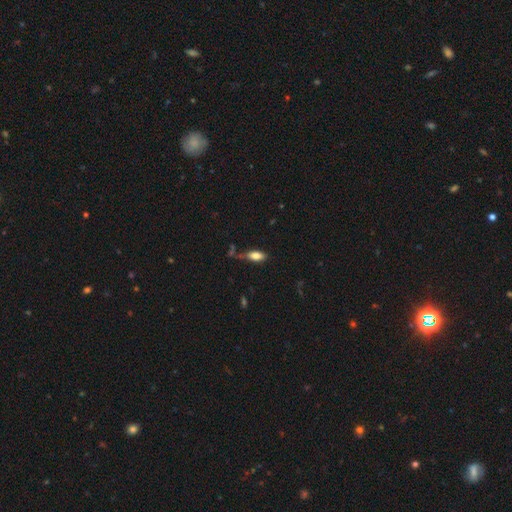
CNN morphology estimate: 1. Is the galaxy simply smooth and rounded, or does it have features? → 78% smooth, 14% featured or disk, 8% star or artifact.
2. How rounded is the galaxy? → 81% in between, 16% cigar-shaped, 3% round.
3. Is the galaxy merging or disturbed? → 65% none, 21% minor disturbance, 8% merger, 6% major disturbance.